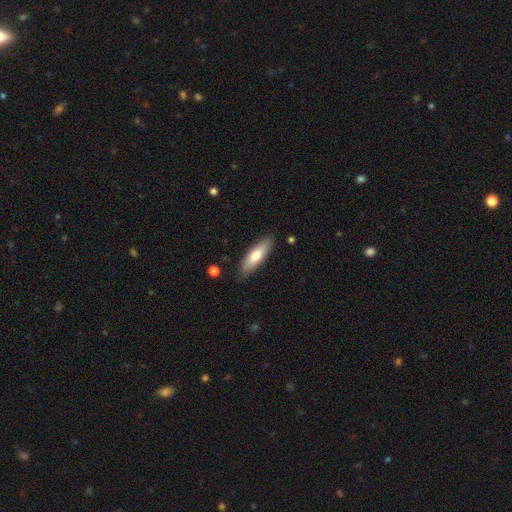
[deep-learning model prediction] Smooth or featured: smooth — 69% (featured or disk — 25%)
How rounded: cigar-shaped — 56% (in between — 42%)
Merging: none — 86% (minor disturbance — 11%)